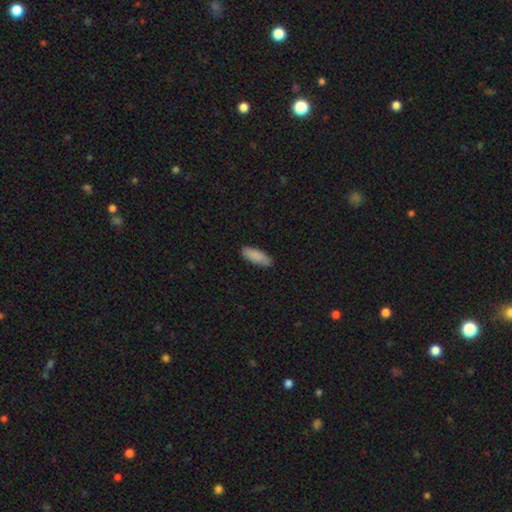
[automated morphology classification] This is clearly a smooth galaxy (89%). How rounded: likely in between (67%). Merging: clearly none (88%).